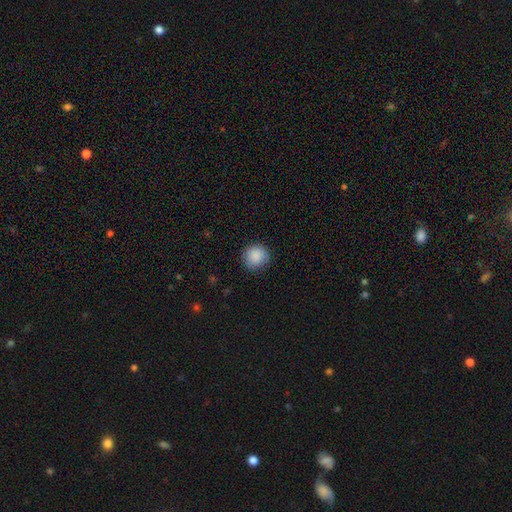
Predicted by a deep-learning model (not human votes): The model was most divided on "merging": none: 85%, minor disturbance: 11%, major disturbance: 3%, merger: 1%. More confident: how rounded — round (93%); smooth or featured — smooth (89%).